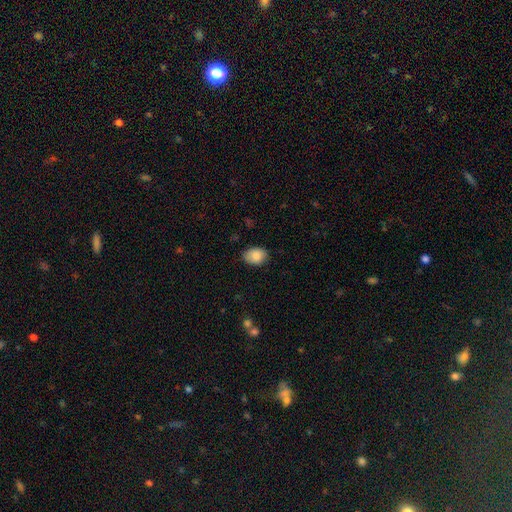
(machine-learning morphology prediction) Overall: smooth (87%). How rounded: in between (69%; round 30%). Merging: none (81%).